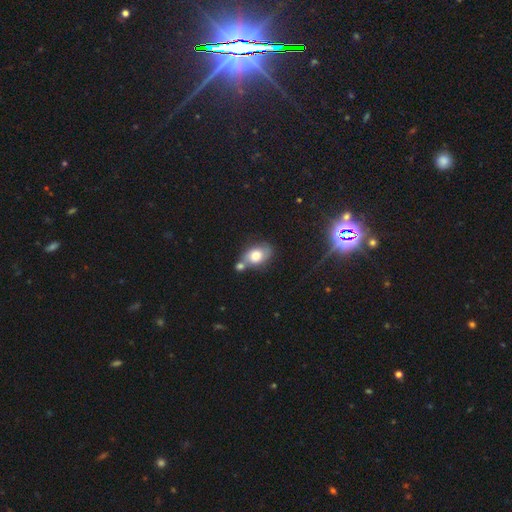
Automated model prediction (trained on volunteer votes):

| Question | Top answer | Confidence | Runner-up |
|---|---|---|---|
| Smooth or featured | smooth | 70% | featured or disk (21%) |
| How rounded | in between | 79% | round (19%) |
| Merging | none | 45% | merger (30%) |